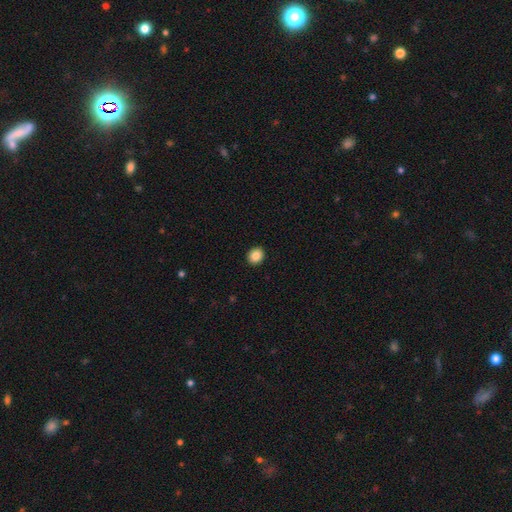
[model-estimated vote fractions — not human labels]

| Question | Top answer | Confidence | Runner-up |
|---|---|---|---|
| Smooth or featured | smooth | 87% | star or artifact (9%) |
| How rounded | round | 73% | in between (26%) |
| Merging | none | 92% | minor disturbance (5%) |